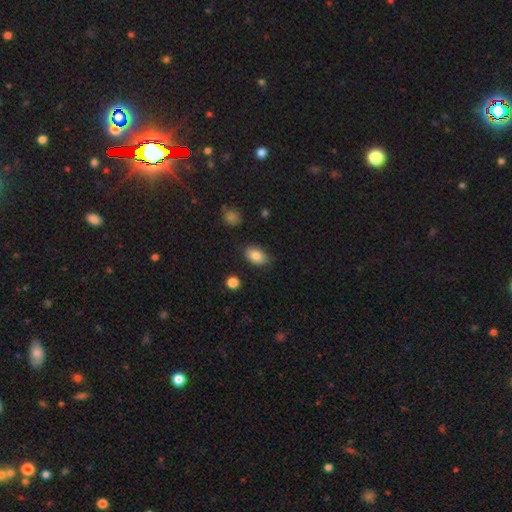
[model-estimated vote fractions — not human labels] Smooth or featured? smooth (85%)
How rounded? in between (90%)
Merging? none (80%)